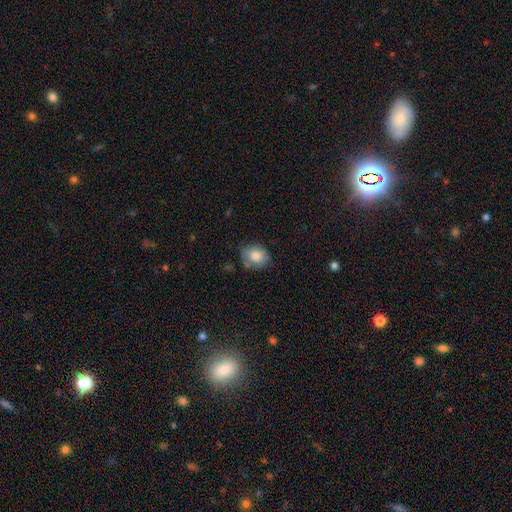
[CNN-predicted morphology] smooth-or-featured: smooth: 78% | featured or disk: 14% | star or artifact: 8%
  how-rounded: round: 59% | in between: 40% | cigar-shaped: 1%
  merging: none: 67% | minor disturbance: 24% | major disturbance: 5% | merger: 3%